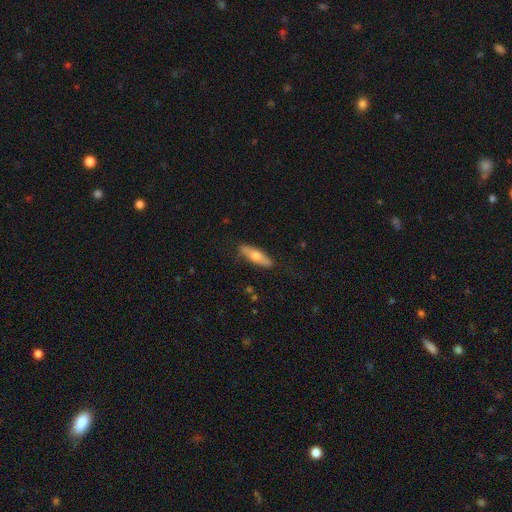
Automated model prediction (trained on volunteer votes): smooth 62%, featured or disk 33%, star or artifact 6%. Down the decision tree: how rounded — cigar-shaped (58%); merging — none (84%).